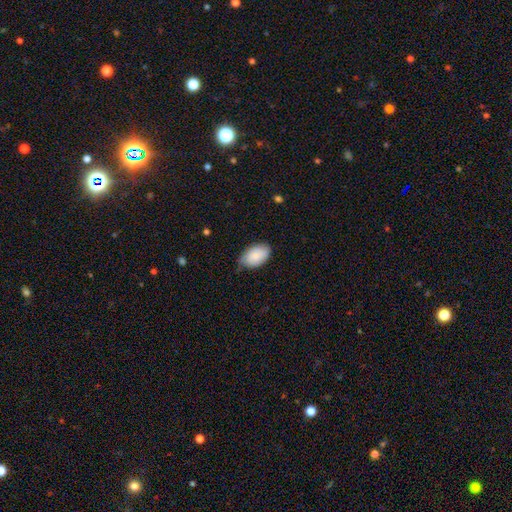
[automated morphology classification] A smooth galaxy with no disk features (87%) that is in between round and cigar-shaped (93%). Merging: none (69%).